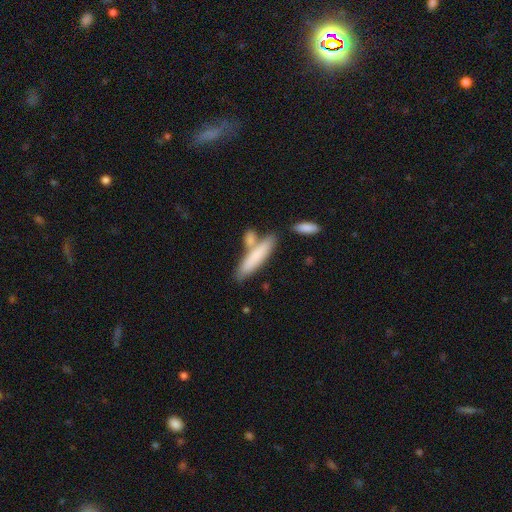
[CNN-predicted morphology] This is likely a smooth galaxy (76%). How rounded: likely cigar-shaped (79%). Merging: likely none (61%).